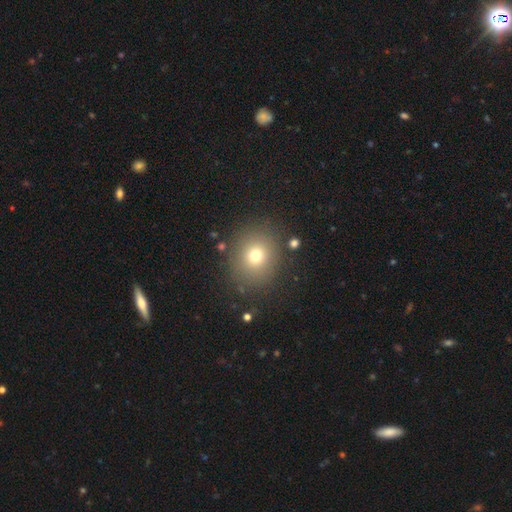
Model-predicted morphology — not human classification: Smooth or featured: smooth — 72% (star or artifact — 16%)
How rounded: round — 76% (in between — 23%)
Merging: none — 83% (minor disturbance — 10%)